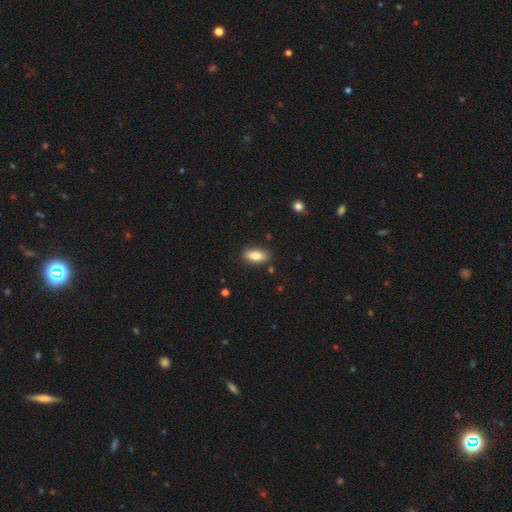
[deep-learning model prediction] Smooth or featured: smooth — 81% (featured or disk — 11%)
How rounded: in between — 86% (cigar-shaped — 11%)
Merging: none — 87% (minor disturbance — 10%)